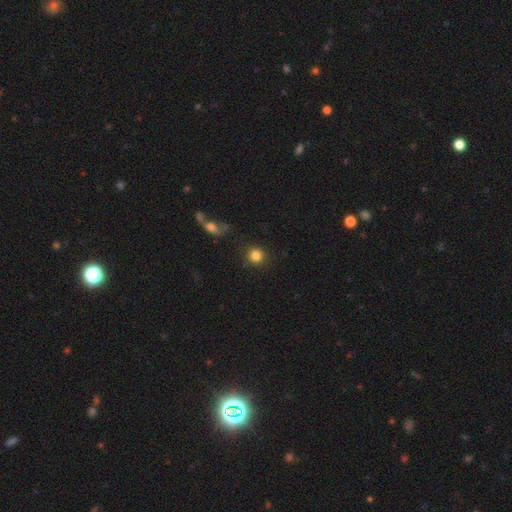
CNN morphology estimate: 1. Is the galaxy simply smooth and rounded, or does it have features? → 84% smooth, 11% star or artifact, 5% featured or disk.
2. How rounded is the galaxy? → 91% round, 8% in between, 1% cigar-shaped.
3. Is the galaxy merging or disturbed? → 86% none, 8% minor disturbance, 3% major disturbance, 3% merger.